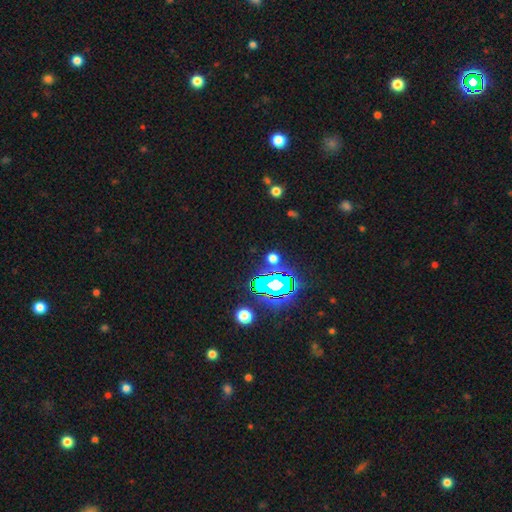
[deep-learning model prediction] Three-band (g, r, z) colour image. It shows a star or artifact, not a galaxy (78%).